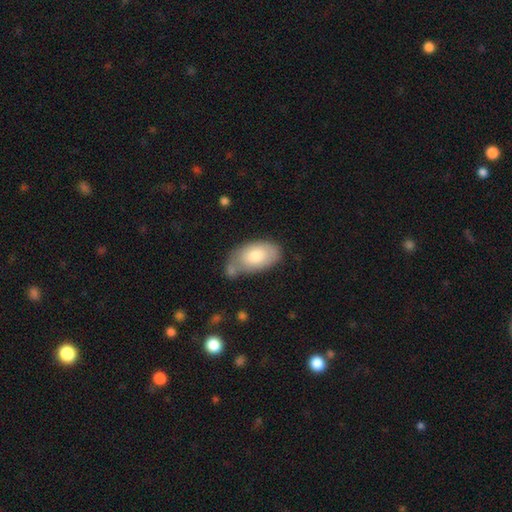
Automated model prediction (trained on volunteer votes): The model was most divided on "merging": none: 50%, minor disturbance: 24%, merger: 18%, major disturbance: 8%. More confident: how rounded — in between (94%); smooth or featured — smooth (76%).